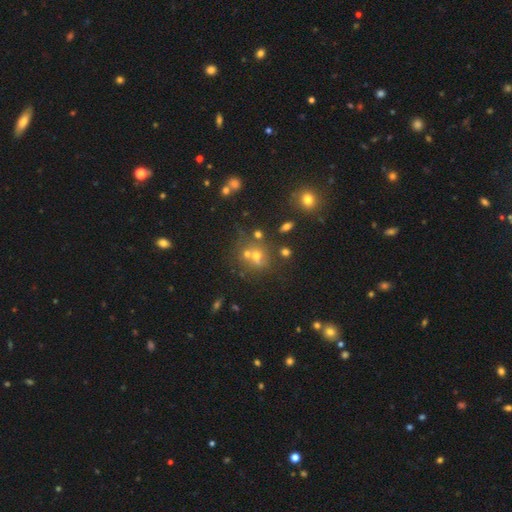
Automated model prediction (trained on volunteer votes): Smooth or featured?
  - smooth: 53% *
  - star or artifact: 29%
  - featured or disk: 19%
How rounded?
  - round: 76% *
  - in between: 23%
  - cigar-shaped: 1%
Merging?
  - none: 49% *
  - merger: 35%
  - minor disturbance: 10%
  - major disturbance: 5%